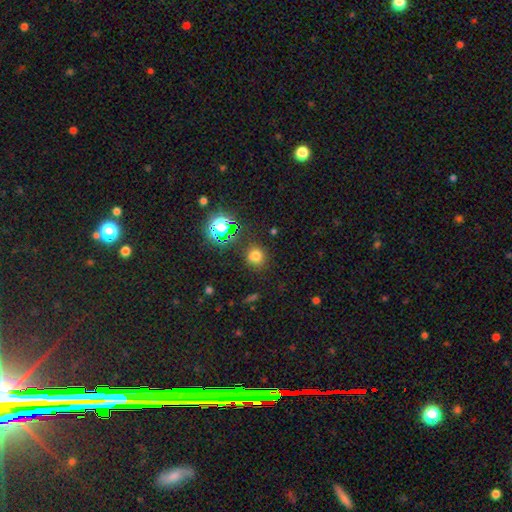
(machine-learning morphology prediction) smooth 69%, star or artifact 24%, featured or disk 7%. Down the decision tree: how rounded — round (84%); merging — none (83%).